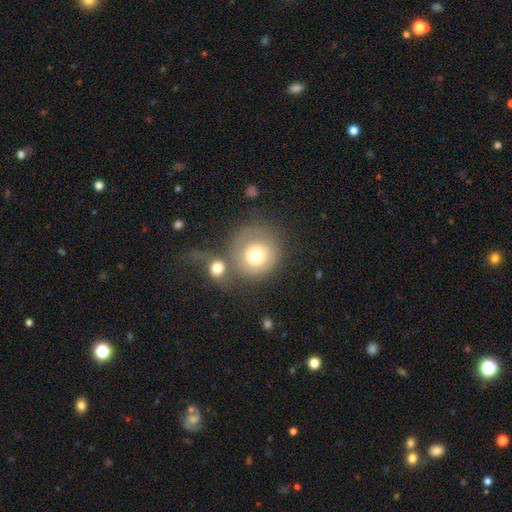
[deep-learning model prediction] Smooth or featured?
  - smooth: 67% *
  - featured or disk: 25%
  - star or artifact: 8%
How rounded?
  - round: 87% *
  - in between: 12%
  - cigar-shaped: 1%
Merging?
  - none: 39% *
  - merger: 35%
  - major disturbance: 13%
  - minor disturbance: 12%